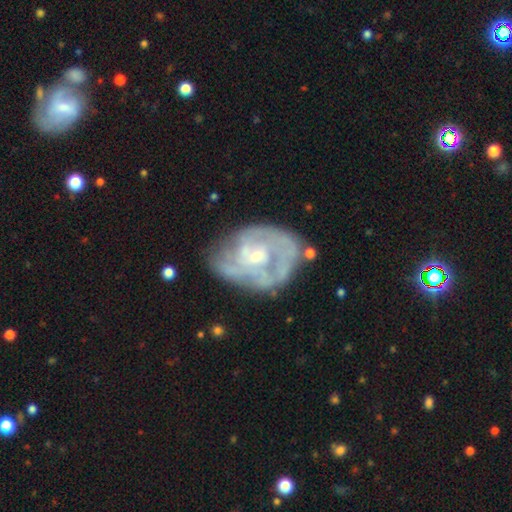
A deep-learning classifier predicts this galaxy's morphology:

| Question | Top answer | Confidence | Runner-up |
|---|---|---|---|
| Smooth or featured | featured or disk | 80% | smooth (14%) |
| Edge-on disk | no | 97% | yes (3%) |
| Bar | no | 66% | weak (29%) |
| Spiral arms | yes | 78% | no (22%) |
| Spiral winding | tight | 54% | medium (34%) |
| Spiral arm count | can't tell | 44% | 2 (22%) |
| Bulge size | small | 56% | moderate (38%) |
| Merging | none | 56% | minor disturbance (25%) |